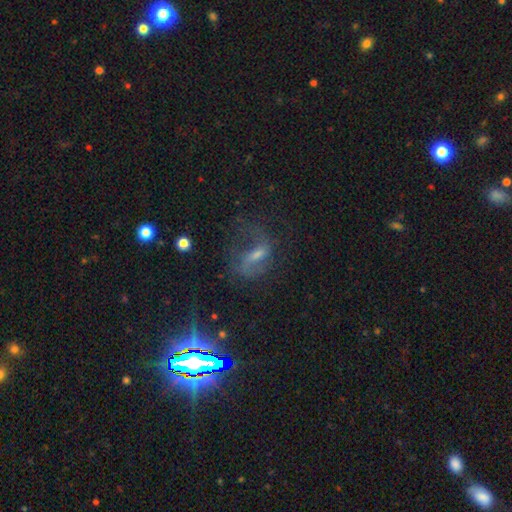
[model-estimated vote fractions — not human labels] This is possibly a featured or disk galaxy (59%). It is clearly not viewed edge-on (91%). Bar: marginally weak (42%). Spiral arm pattern: likely yes (73%). Central bulge: marginally small (42%). Merging: possibly none (46%).